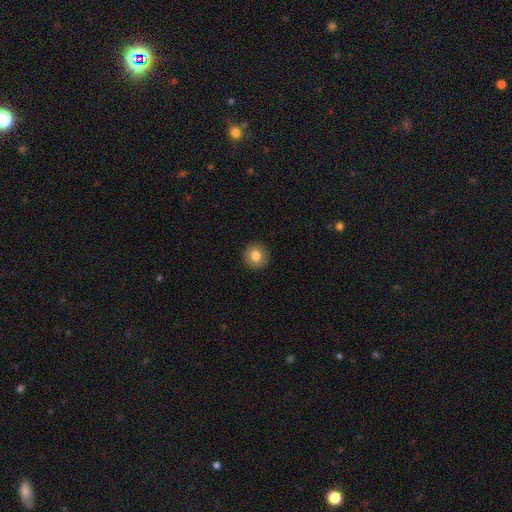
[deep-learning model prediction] Smooth or featured? Predicted: smooth (p=0.81). How rounded? Predicted: round (p=0.91). Merging? Predicted: none (p=0.91).